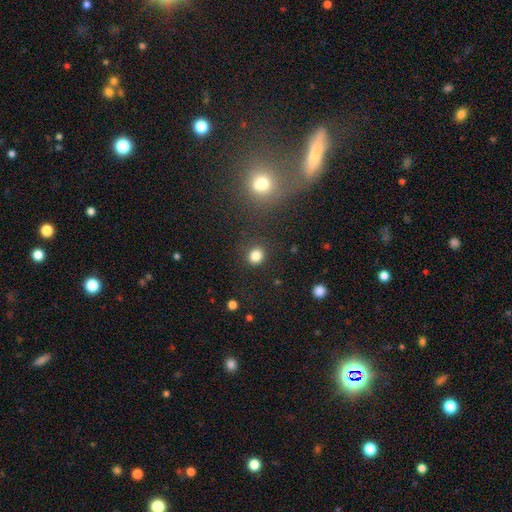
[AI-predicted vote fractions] Smooth or featured? smooth (83%)
How rounded? round (79%)
Merging? none (87%)